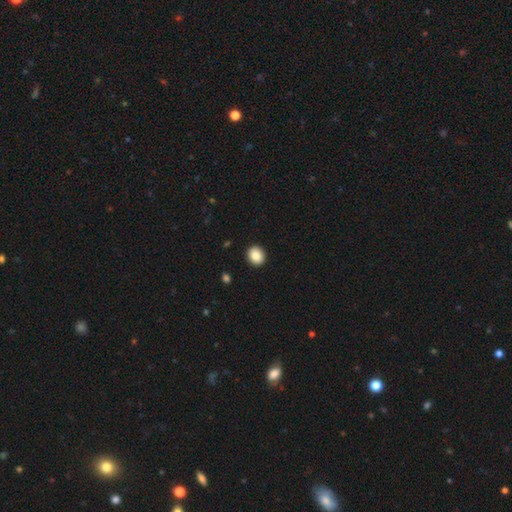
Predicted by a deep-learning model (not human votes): smooth_or_featured: smooth (p=0.86) [alt: star or artifact p=0.08]
how_rounded: round (p=0.73) [alt: in between p=0.26]
merging: none (p=0.92) [alt: minor disturbance p=0.05]